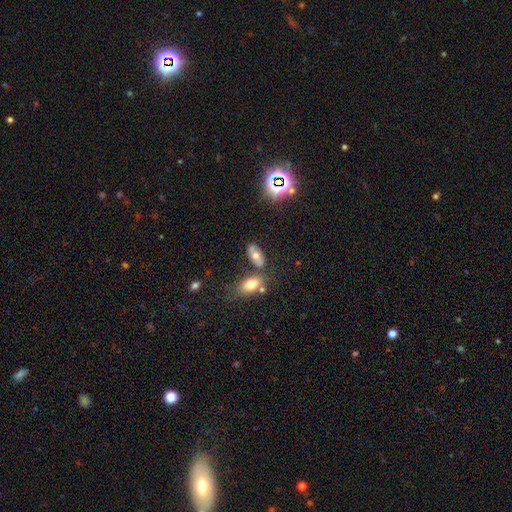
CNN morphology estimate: Q: Smooth or featured?
A: smooth (62%); runner-up: featured or disk (25%)
Q: How rounded?
A: in between (89%); runner-up: round (6%)
Q: Merging?
A: none (63%); runner-up: merger (18%)